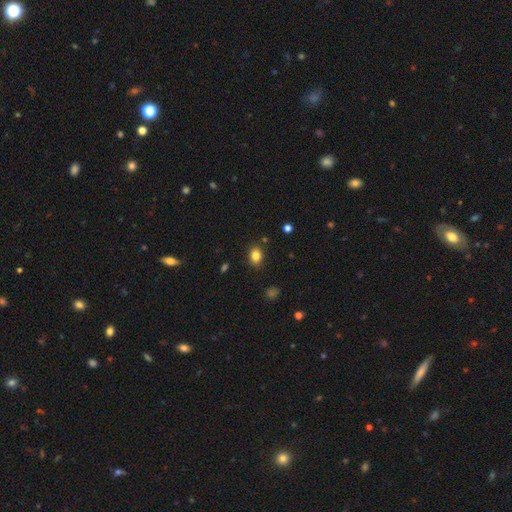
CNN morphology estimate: Smooth or featured? Predicted: smooth (p=0.83). How rounded? Predicted: in between (p=0.65). Merging? Predicted: none (p=0.86).